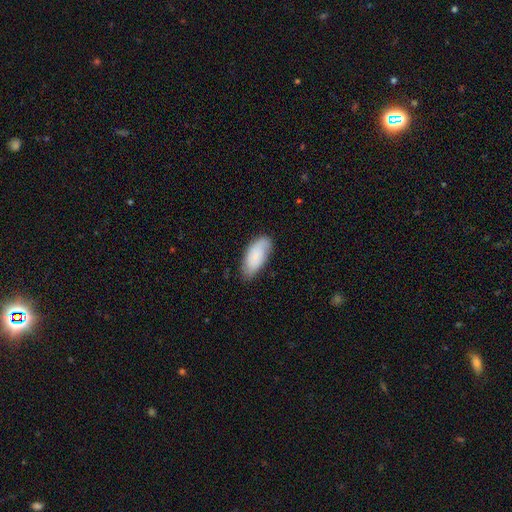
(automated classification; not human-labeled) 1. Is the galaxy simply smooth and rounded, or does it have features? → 79% smooth, 15% featured or disk, 6% star or artifact.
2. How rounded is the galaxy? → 90% in between, 8% cigar-shaped, 2% round.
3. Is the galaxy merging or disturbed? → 73% none, 22% minor disturbance, 4% major disturbance, 1% merger.